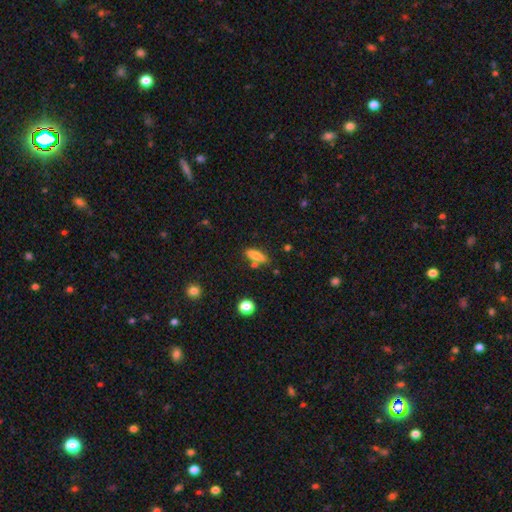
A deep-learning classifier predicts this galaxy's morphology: smooth 80%, featured or disk 12%, star or artifact 9%. Down the decision tree: how rounded — in between (53%); merging — none (70%).